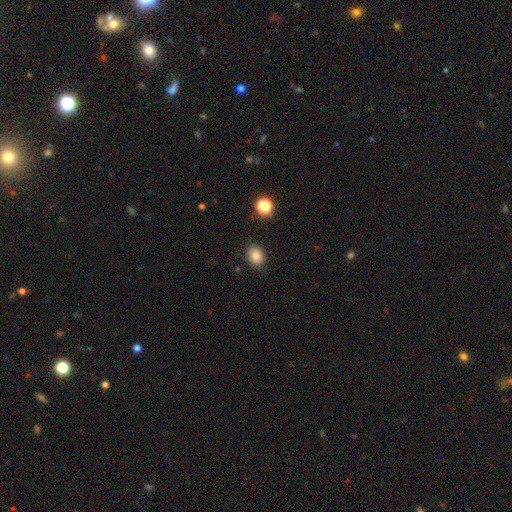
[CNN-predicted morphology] smooth-or-featured: smooth: 83% | star or artifact: 11% | featured or disk: 6%
  how-rounded: in between: 53% | round: 46% | cigar-shaped: 1%
  merging: none: 87% | minor disturbance: 9% | major disturbance: 3% | merger: 2%